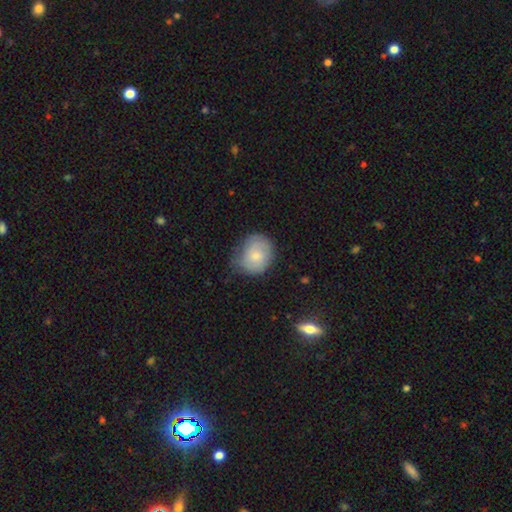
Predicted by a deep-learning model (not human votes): Smooth or featured: smooth — 59% (featured or disk — 34%)
How rounded: round — 66% (in between — 33%)
Merging: none — 60% (minor disturbance — 30%)